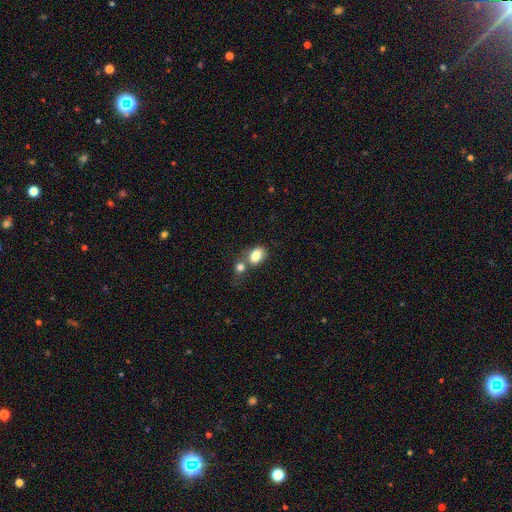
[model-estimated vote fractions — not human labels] Q: Smooth or featured?
A: smooth (82%); runner-up: featured or disk (9%)
Q: How rounded?
A: in between (70%); runner-up: round (29%)
Q: Merging?
A: merger (46%); runner-up: none (38%)